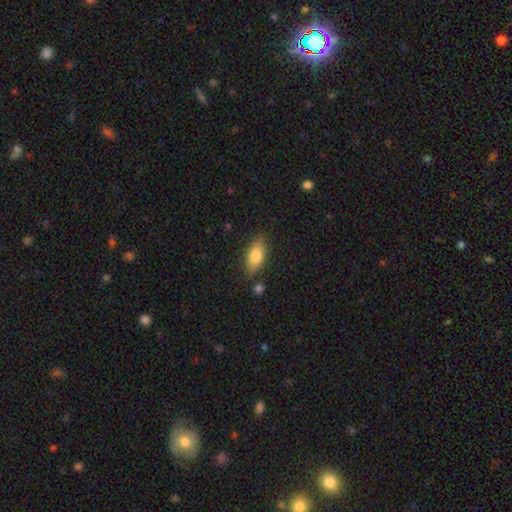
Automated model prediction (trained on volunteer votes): A smooth galaxy with no disk features (77%) that is in between round and cigar-shaped (83%).

Vote fractions:
- Smooth or featured? smooth: 77% / featured or disk: 16% / star or artifact: 7%
- How rounded? in between: 83% / cigar-shaped: 14% / round: 4%
- Merging? none: 81% / minor disturbance: 13% / merger: 3% / major disturbance: 3%